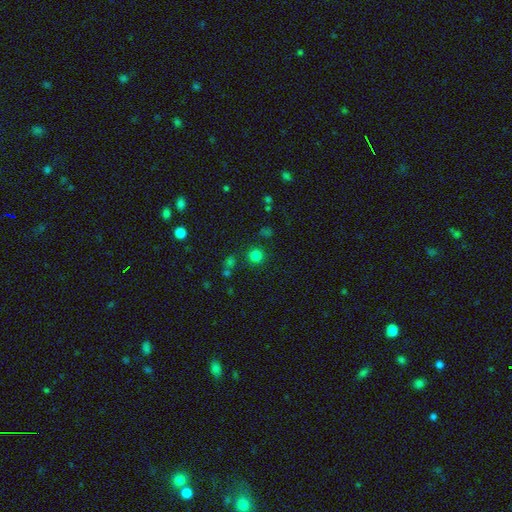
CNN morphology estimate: Smooth or featured?
  - smooth: 77% *
  - star or artifact: 18%
  - featured or disk: 5%
How rounded?
  - round: 94% *
  - in between: 5%
  - cigar-shaped: 1%
Merging?
  - none: 83% *
  - minor disturbance: 8%
  - merger: 6%
  - major disturbance: 3%